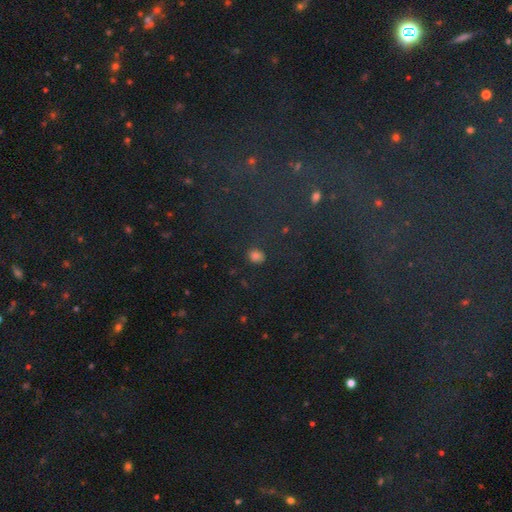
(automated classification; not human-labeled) Overall: smooth (74%). How rounded: round (56%; in between 43%). Merging: none (82%).